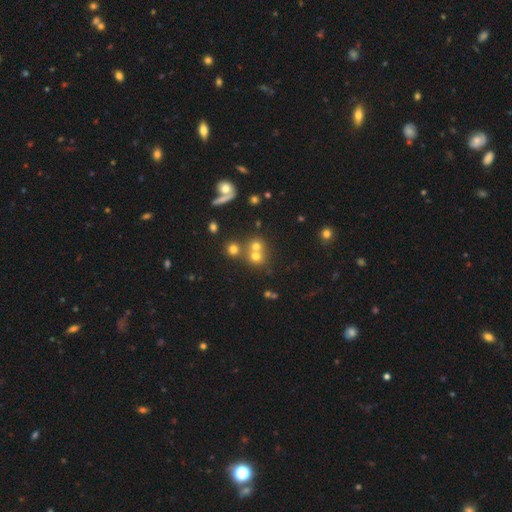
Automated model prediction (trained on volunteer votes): A smooth galaxy with no disk features (62%) that is round (84%). Merging: none (47%).